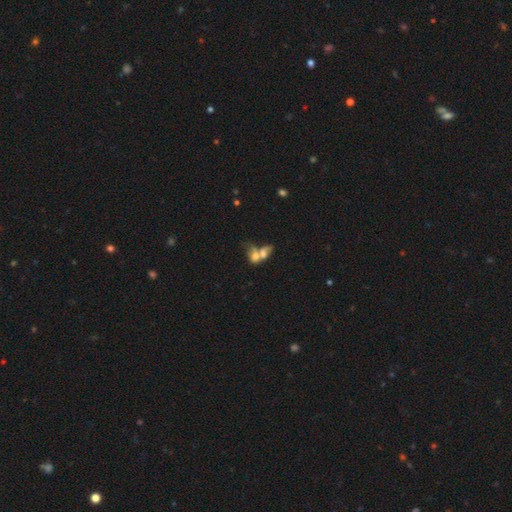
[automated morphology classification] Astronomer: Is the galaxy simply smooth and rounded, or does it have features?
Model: smooth — 62%.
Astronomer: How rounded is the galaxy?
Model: in between — 72%.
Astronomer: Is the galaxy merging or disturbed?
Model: merger — 72%.